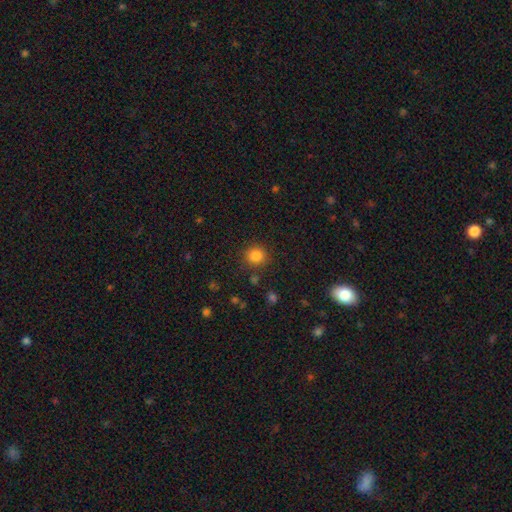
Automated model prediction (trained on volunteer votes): Morphology: type=smooth (84%); roundness=round (89%); merging=none (86%).